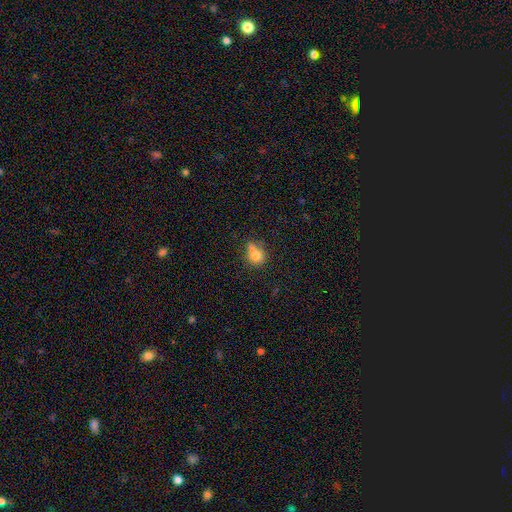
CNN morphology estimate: type=smooth (72%); roundness=round (61%); merging=none (45%).